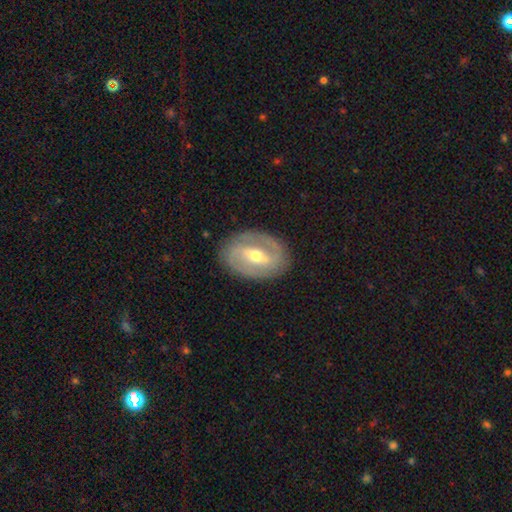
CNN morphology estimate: smooth_or_featured: featured or disk (p=0.79) [alt: smooth p=0.15]
disk_edge_on: no (p=0.94) [alt: yes p=0.06]
bar: strong (p=0.49) [alt: weak p=0.37]
has_spiral_arms: yes (p=0.78) [alt: no p=0.22]
spiral_winding: medium (p=0.41) [tied with: tight p=0.41]
spiral_arm_count: 2 (p=0.79) [alt: can't tell p=0.11]
bulge_size: moderate (p=0.58) [alt: small p=0.38]
merging: none (p=0.84) [alt: minor disturbance p=0.11]